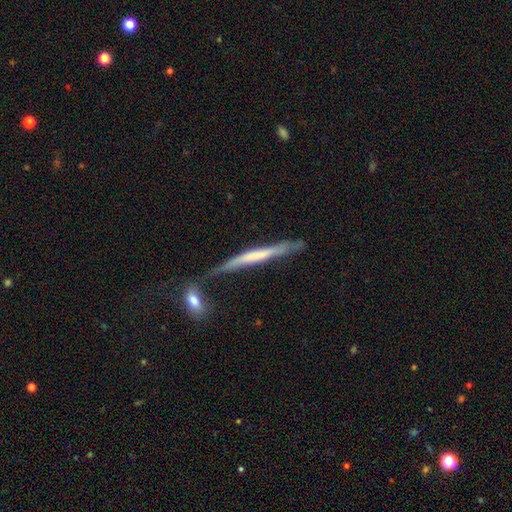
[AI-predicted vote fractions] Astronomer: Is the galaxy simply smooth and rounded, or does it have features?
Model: featured or disk — 53% (runner-up: smooth, 41%).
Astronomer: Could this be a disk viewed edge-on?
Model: yes — 89%.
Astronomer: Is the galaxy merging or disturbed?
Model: none — 54%.